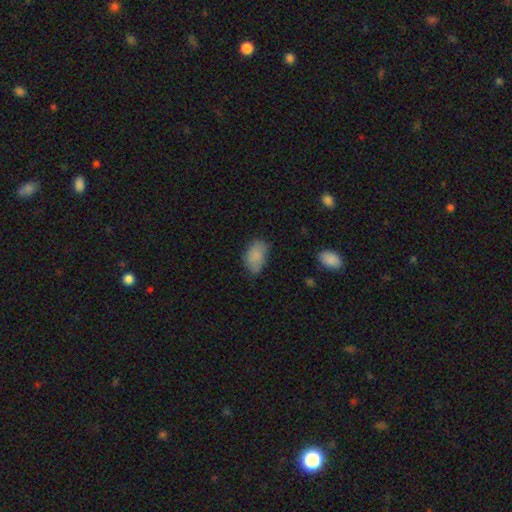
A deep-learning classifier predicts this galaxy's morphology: The model was most divided on "merging": none: 61%, minor disturbance: 29%, major disturbance: 8%, merger: 2%. More confident: how rounded — in between (90%); smooth or featured — smooth (82%).